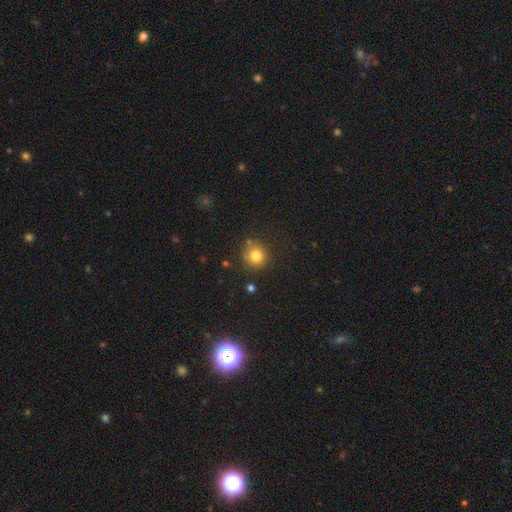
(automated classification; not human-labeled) smooth 81%, star or artifact 12%, featured or disk 7%. Down the decision tree: how rounded — round (90%); merging — none (77%).